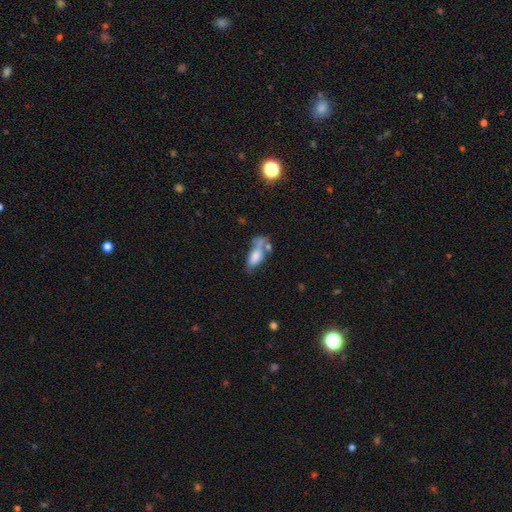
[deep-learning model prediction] Overall: smooth (67%). How rounded: in between (75%). Merging: merger (35%; none 29%).